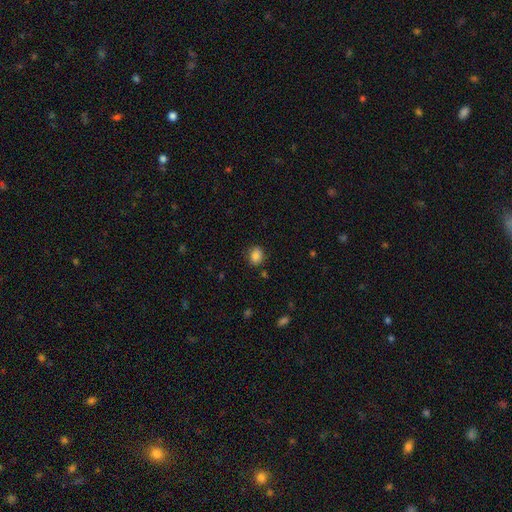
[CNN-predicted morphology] smooth_or_featured: smooth (p=0.86) [alt: star or artifact p=0.10]
how_rounded: round (p=0.54) [alt: in between p=0.45]
merging: none (p=0.84) [alt: minor disturbance p=0.11]